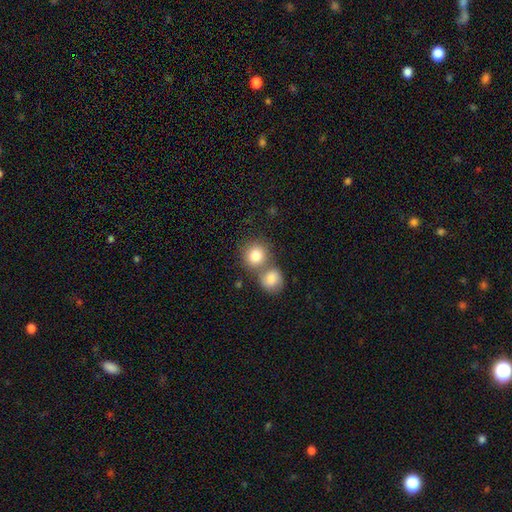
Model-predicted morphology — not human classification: Smooth or featured? smooth (82%)
How rounded? round (85%)
Merging? merger (47%)